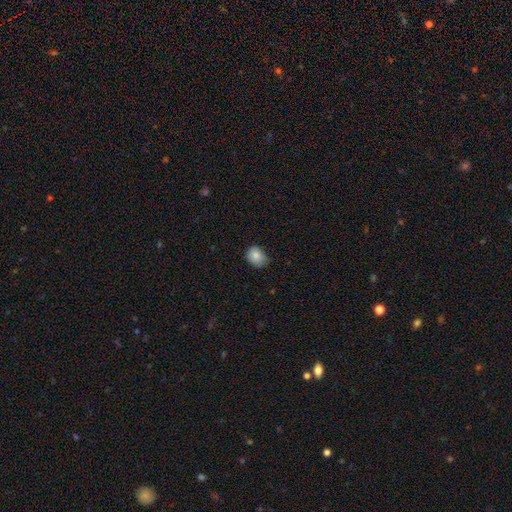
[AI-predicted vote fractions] This appears to be a smooth galaxy with no disk features (84%) that is in between round and cigar-shaped (50%). Merging: none (64%).